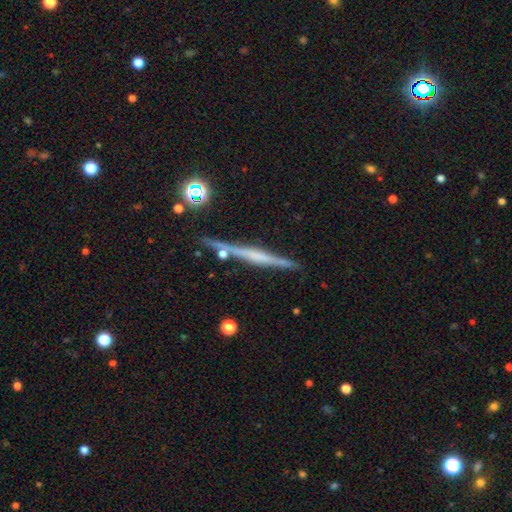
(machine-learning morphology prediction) Smooth or featured?
  - featured or disk: 64% *
  - smooth: 28%
  - star or artifact: 8%
Edge-on disk?
  - yes: 97% *
  - no: 3%
Edge-on bulge?
  - none: 56% *
  - rounded: 26%
  - boxy: 18%
Merging?
  - none: 83% *
  - minor disturbance: 10%
  - merger: 5%
  - major disturbance: 2%